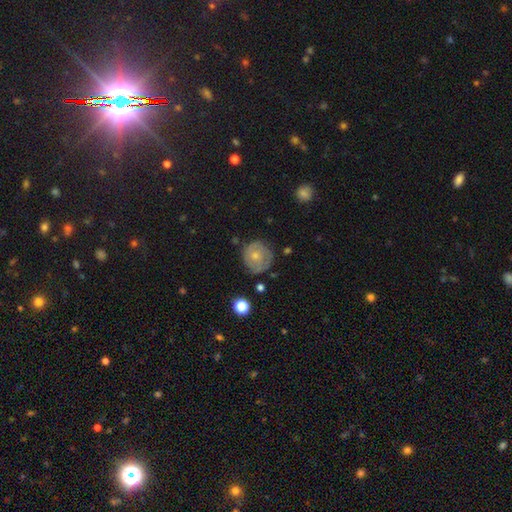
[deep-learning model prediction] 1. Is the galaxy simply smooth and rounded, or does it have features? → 51% smooth, 41% featured or disk, 8% star or artifact.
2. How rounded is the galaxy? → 88% round, 11% in between, 1% cigar-shaped.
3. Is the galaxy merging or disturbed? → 69% none, 22% minor disturbance, 7% major disturbance, 2% merger.